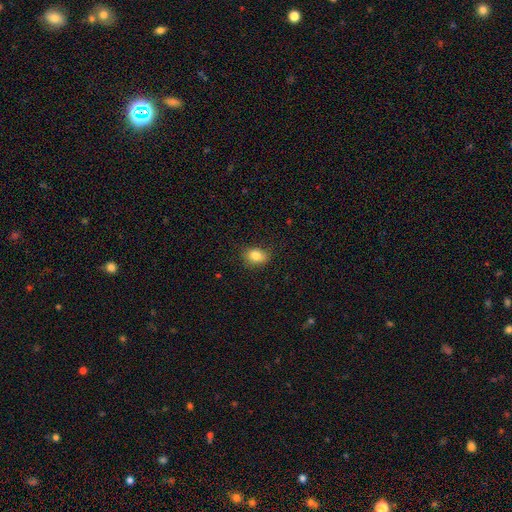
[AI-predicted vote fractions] Smooth or featured? smooth (83%)
How rounded? in between (63%)
Merging? none (80%)